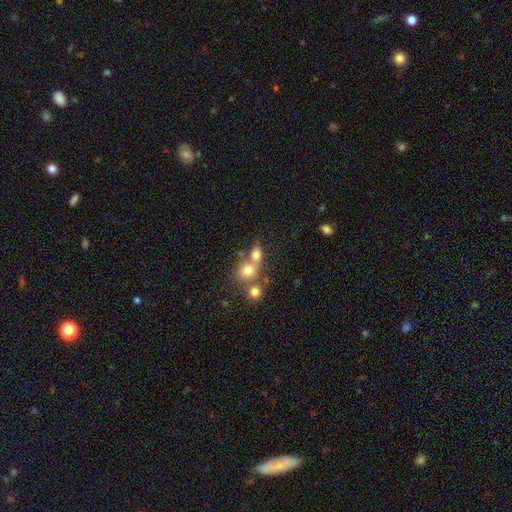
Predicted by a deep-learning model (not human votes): Morphology: type=smooth (69%); roundness=round (61%); merging=merger (53%).